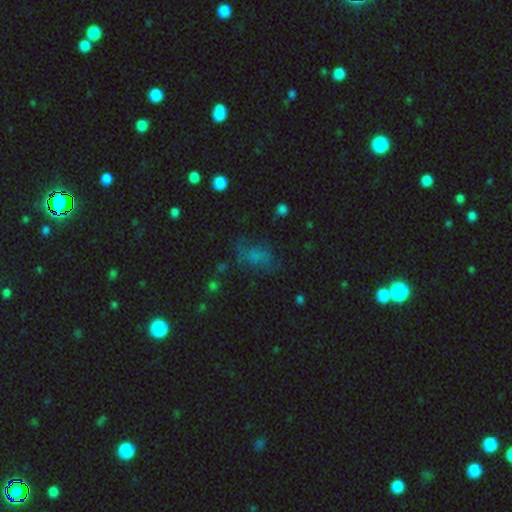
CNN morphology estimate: Smooth or featured?
  - smooth: 56% *
  - star or artifact: 22%
  - featured or disk: 22%
How rounded?
  - in between: 79% *
  - round: 18%
  - cigar-shaped: 3%
Merging?
  - none: 50% *
  - minor disturbance: 25%
  - major disturbance: 22%
  - merger: 3%